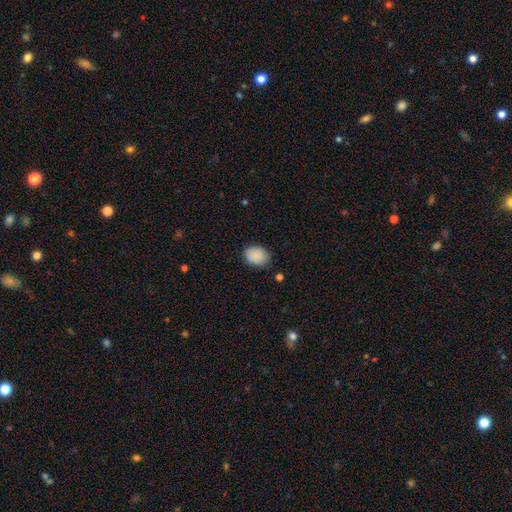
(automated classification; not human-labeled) Smooth or featured?
  - smooth: 89% *
  - star or artifact: 7%
  - featured or disk: 4%
How rounded?
  - in between: 60% *
  - round: 39%
  - cigar-shaped: 1%
Merging?
  - none: 83% *
  - minor disturbance: 13%
  - major disturbance: 3%
  - merger: 1%